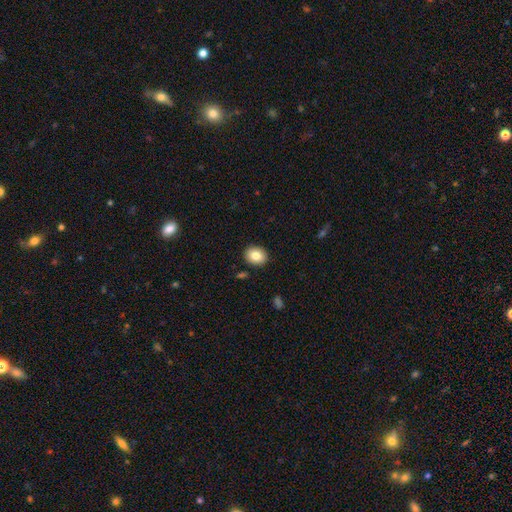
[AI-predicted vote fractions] A smooth galaxy with no disk features (83%) that is round (59%). Merging: none (89%).